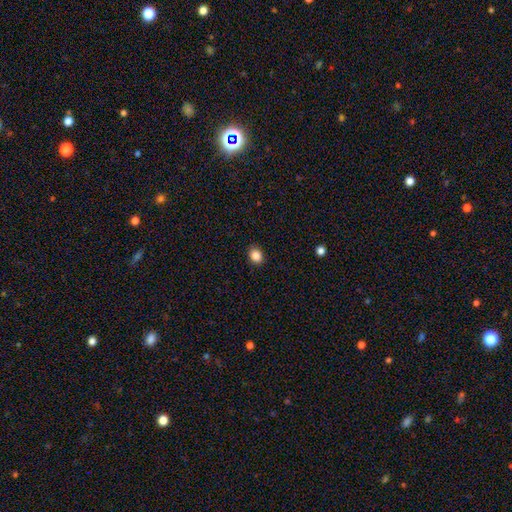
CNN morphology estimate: A smooth galaxy with no disk features (86%) that is round (50%). Merging: none (89%).